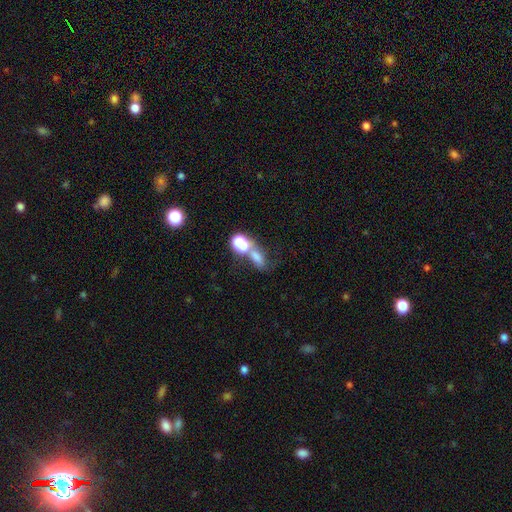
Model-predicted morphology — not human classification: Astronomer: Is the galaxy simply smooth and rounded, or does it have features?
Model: smooth — 59%.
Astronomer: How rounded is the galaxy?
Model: in between — 63%.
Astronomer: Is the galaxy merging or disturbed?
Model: merger — 49% (runner-up: none, 27%).